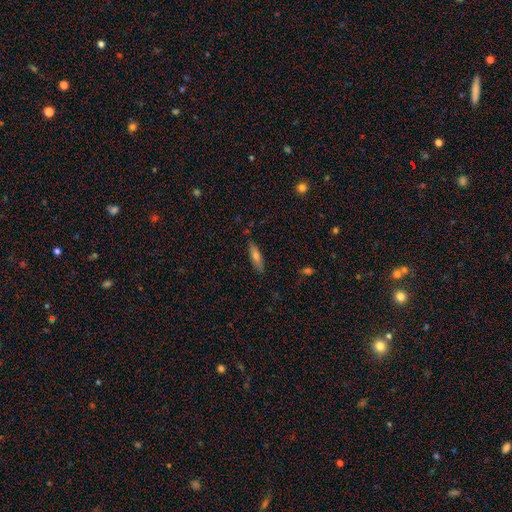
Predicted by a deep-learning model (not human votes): Smooth or featured: smooth — 64% (featured or disk — 28%)
How rounded: cigar-shaped — 66% (in between — 32%)
Merging: none — 85% (minor disturbance — 11%)